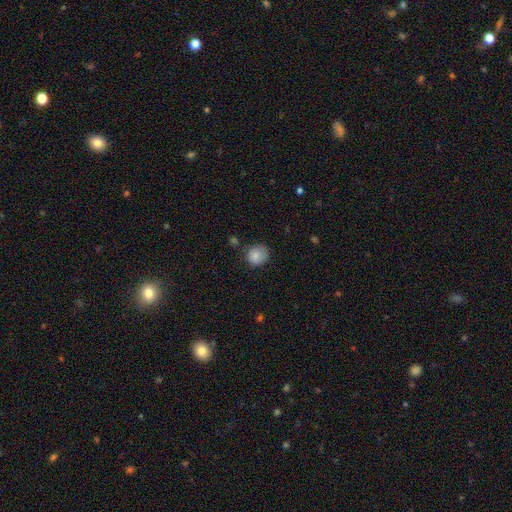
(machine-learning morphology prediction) This appears to be a smooth galaxy with no disk features (83%) that is round (80%). Merging: none (67%).